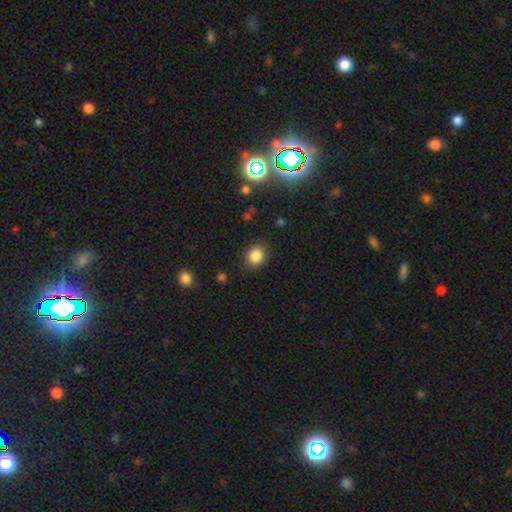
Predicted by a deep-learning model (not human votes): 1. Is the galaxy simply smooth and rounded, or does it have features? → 85% smooth, 10% star or artifact, 4% featured or disk.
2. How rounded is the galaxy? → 66% round, 33% in between, 1% cigar-shaped.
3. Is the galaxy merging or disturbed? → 84% none, 11% minor disturbance, 3% major disturbance, 2% merger.